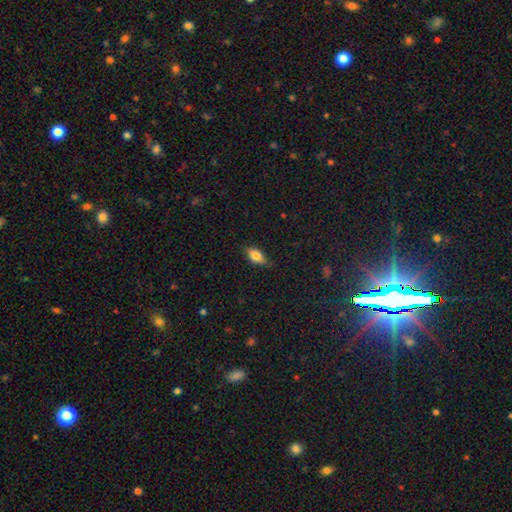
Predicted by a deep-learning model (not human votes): Overall: smooth (79%). How rounded: in between (87%). Merging: none (77%).